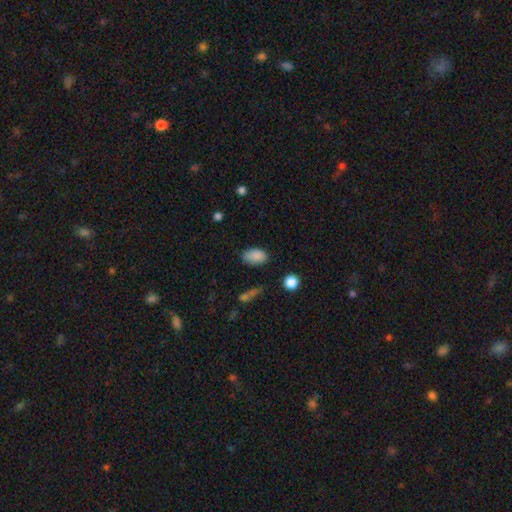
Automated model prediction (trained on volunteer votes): Smooth or featured?
  - smooth: 86% *
  - star or artifact: 9%
  - featured or disk: 5%
How rounded?
  - in between: 92% *
  - round: 6%
  - cigar-shaped: 2%
Merging?
  - none: 75% *
  - minor disturbance: 18%
  - major disturbance: 4%
  - merger: 3%